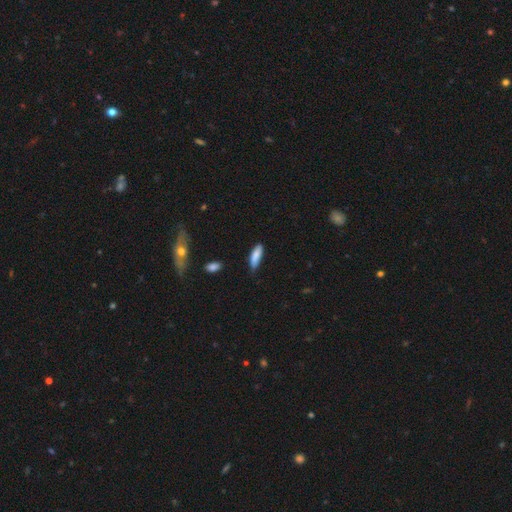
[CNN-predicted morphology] Q: Smooth or featured?
A: smooth (85%); runner-up: featured or disk (9%)
Q: How rounded?
A: in between (50%); runner-up: cigar-shaped (48%)
Q: Merging?
A: none (62%); runner-up: minor disturbance (31%)